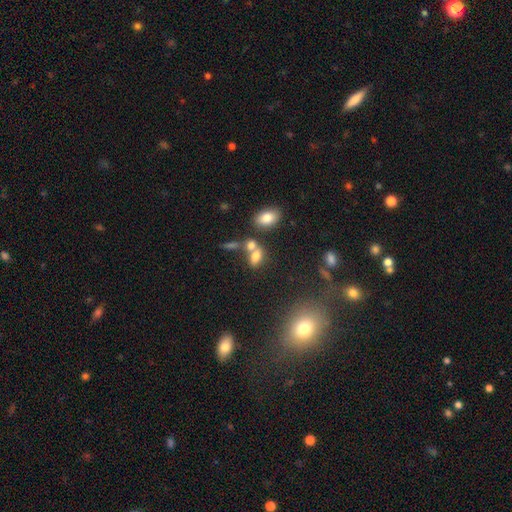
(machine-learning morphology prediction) smooth_or_featured: smooth (p=0.72) [alt: star or artifact p=0.14]
how_rounded: in between (p=0.79) [alt: round p=0.17]
merging: merger (p=0.46) [alt: none p=0.37]